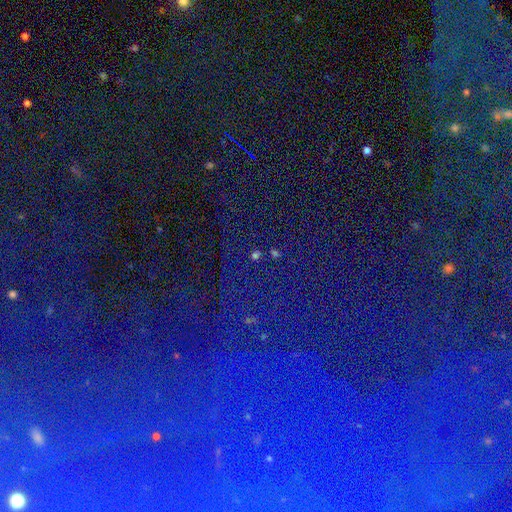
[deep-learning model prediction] Morphology: type=star or artifact (77%).